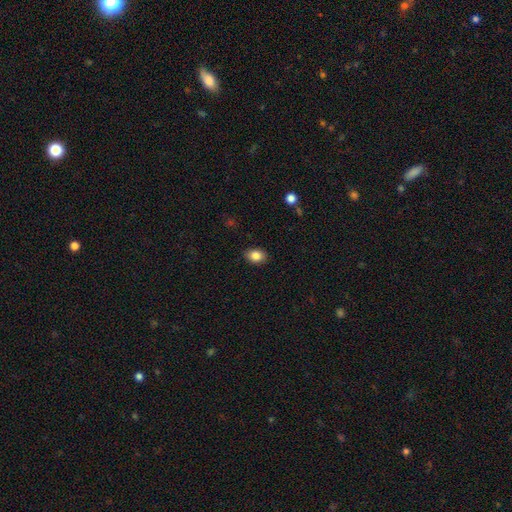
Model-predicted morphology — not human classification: Smooth or featured: smooth — 85% (star or artifact — 9%)
How rounded: in between — 68% (round — 31%)
Merging: none — 88% (minor disturbance — 9%)